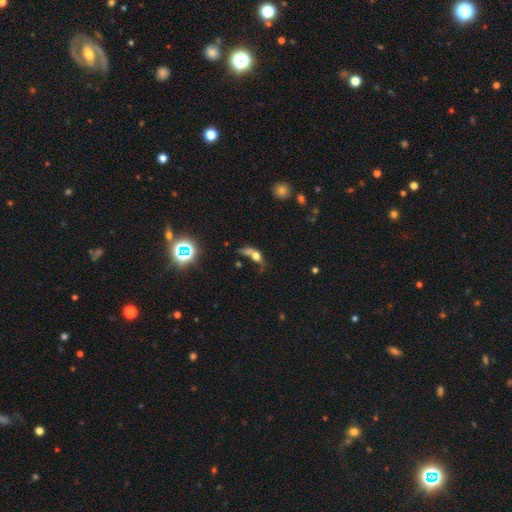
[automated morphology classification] A smooth galaxy with no disk features (52%) that is in between round and cigar-shaped (58%). Merging: major disturbance (35%).